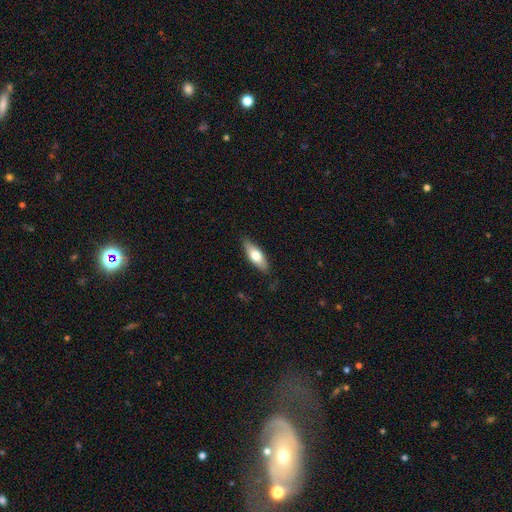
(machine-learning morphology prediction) Smooth or featured? smooth (65%)
How rounded? in between (66%)
Merging? none (85%)